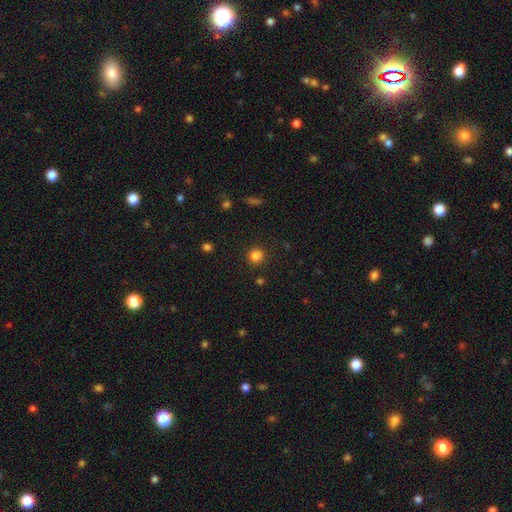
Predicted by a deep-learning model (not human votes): Overall: smooth (83%). How rounded: round (87%). Merging: none (85%).